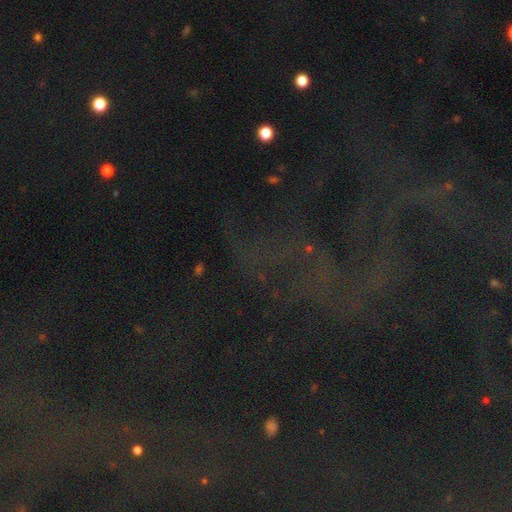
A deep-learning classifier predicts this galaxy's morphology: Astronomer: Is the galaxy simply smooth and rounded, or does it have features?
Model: star or artifact — 71%.